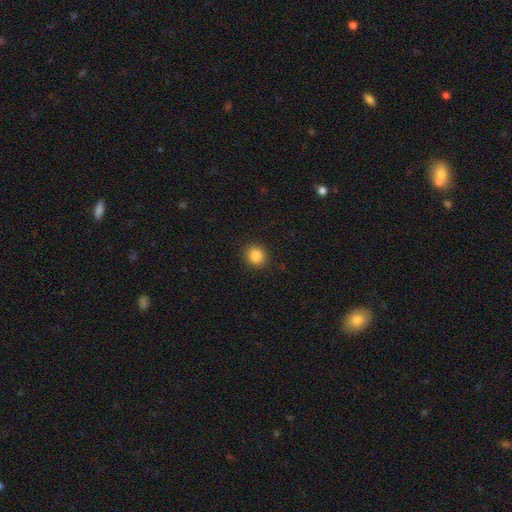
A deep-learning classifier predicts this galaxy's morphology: This appears to be a smooth galaxy with no disk features (86%) that is round (86%). Merging: none (91%).